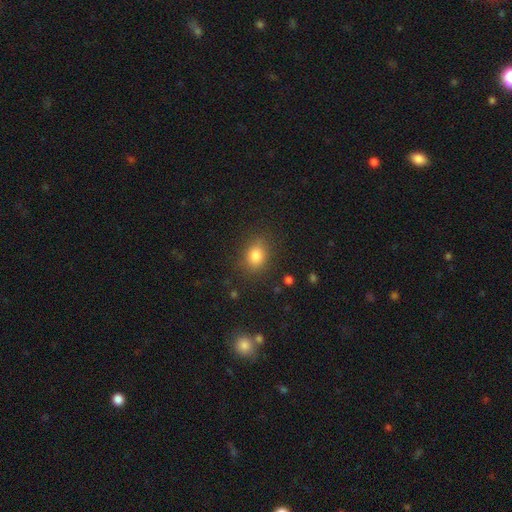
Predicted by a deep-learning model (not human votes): smooth-or-featured: smooth: 82% | star or artifact: 12% | featured or disk: 7%
  how-rounded: in between: 53% | round: 45% | cigar-shaped: 1%
  merging: none: 80% | minor disturbance: 14% | major disturbance: 4% | merger: 2%